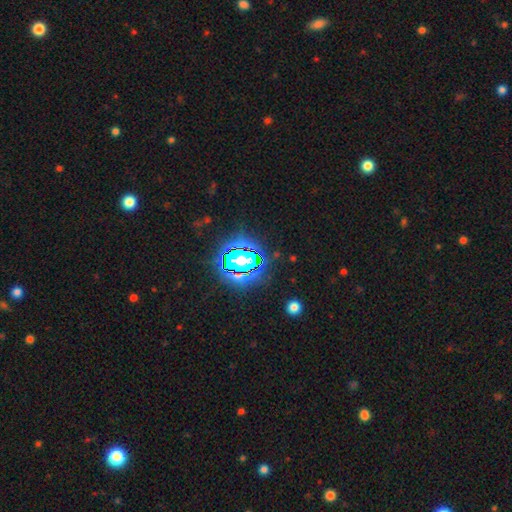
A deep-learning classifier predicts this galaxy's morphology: This is likely a star or artifact rather than a galaxy (79%).